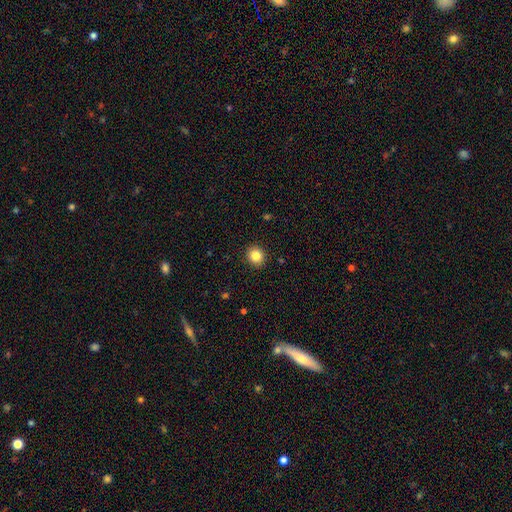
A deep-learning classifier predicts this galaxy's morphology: A smooth galaxy with no disk features (84%) that is round (85%).

Vote fractions:
- Smooth or featured? smooth: 84% / star or artifact: 10% / featured or disk: 5%
- How rounded? round: 85% / in between: 14% / cigar-shaped: 1%
- Merging? none: 91% / minor disturbance: 6% / major disturbance: 2% / merger: 1%